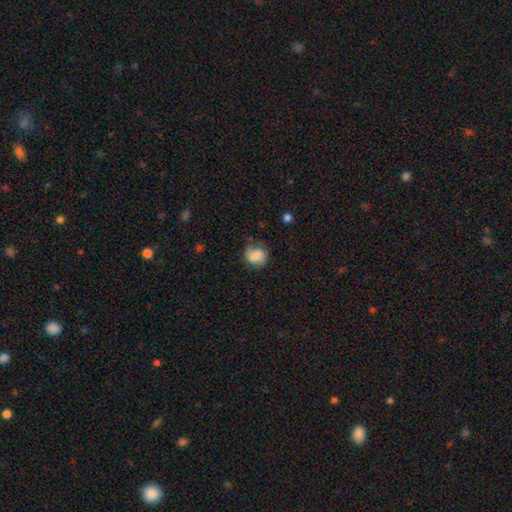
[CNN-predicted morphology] Q: Smooth or featured?
A: smooth (70%); runner-up: featured or disk (21%)
Q: How rounded?
A: round (71%); runner-up: in between (28%)
Q: Merging?
A: none (68%); runner-up: minor disturbance (22%)